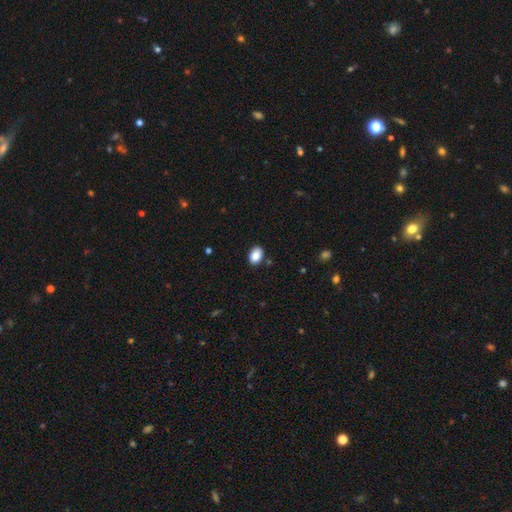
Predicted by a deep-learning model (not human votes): smooth_or_featured: smooth (p=0.89) [alt: star or artifact p=0.07]
how_rounded: in between (p=0.85) [alt: round p=0.14]
merging: none (p=0.87) [alt: minor disturbance p=0.09]